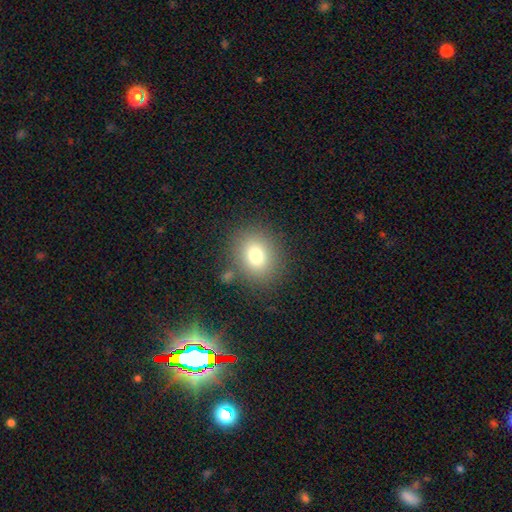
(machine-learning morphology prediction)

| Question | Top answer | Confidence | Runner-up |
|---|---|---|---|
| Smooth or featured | smooth | 77% | star or artifact (13%) |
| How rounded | round | 67% | in between (32%) |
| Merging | none | 81% | minor disturbance (10%) |